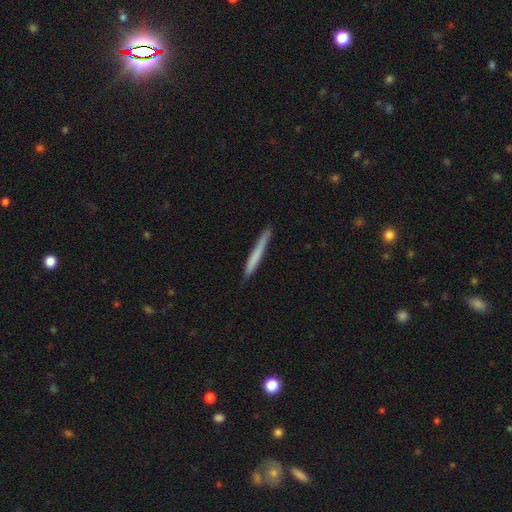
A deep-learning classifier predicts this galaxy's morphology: Smooth or featured?
  - smooth: 68% *
  - featured or disk: 26%
  - star or artifact: 6%
How rounded?
  - cigar-shaped: 97% *
  - in between: 2%
  - round: 1%
Merging?
  - none: 88% *
  - minor disturbance: 9%
  - major disturbance: 1%
  - merger: 1%